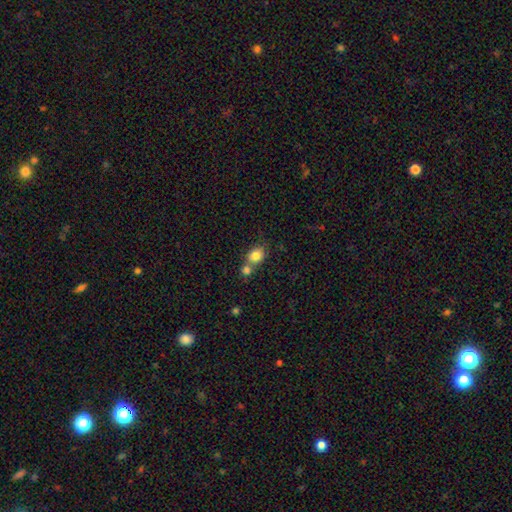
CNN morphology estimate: smooth_or_featured: smooth (p=0.81) [alt: star or artifact p=0.10]
how_rounded: round (p=0.56) [alt: in between p=0.43]
merging: merger (p=0.44) [alt: none p=0.43]